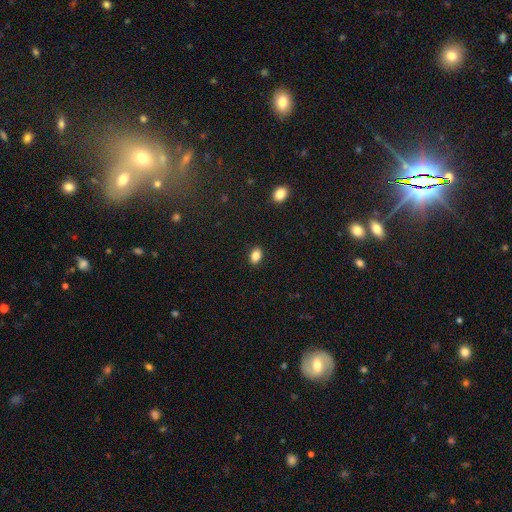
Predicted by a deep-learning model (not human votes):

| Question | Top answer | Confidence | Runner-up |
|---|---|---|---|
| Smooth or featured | smooth | 86% | star or artifact (10%) |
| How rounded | in between | 84% | round (15%) |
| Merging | none | 89% | minor disturbance (8%) |